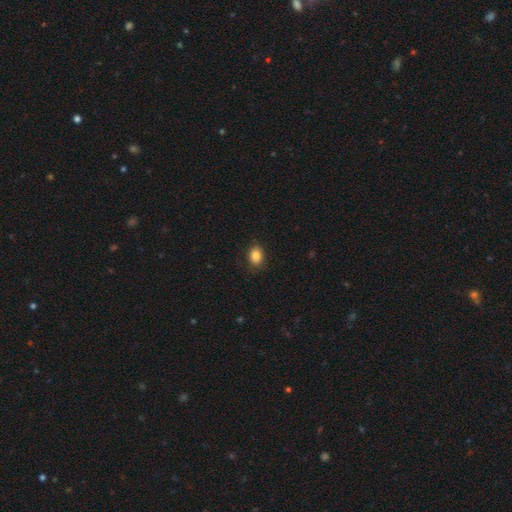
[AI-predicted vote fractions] Smooth or featured: smooth — 86% (star or artifact — 9%)
How rounded: in between — 70% (round — 29%)
Merging: none — 84% (minor disturbance — 12%)